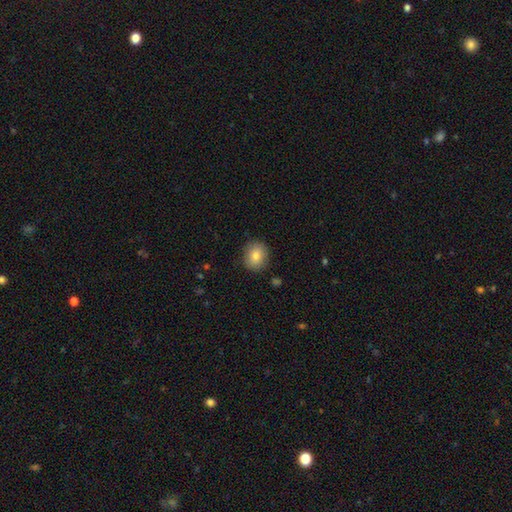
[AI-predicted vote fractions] A smooth galaxy with no disk features (82%) that is round (68%). Merging: none (86%).